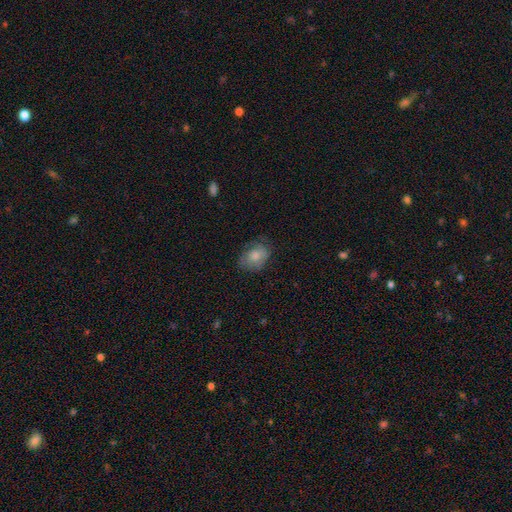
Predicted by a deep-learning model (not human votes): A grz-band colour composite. It shows a smooth galaxy with no disk features (76%) that is in between round and cigar-shaped (66%). Merging: none (67%).